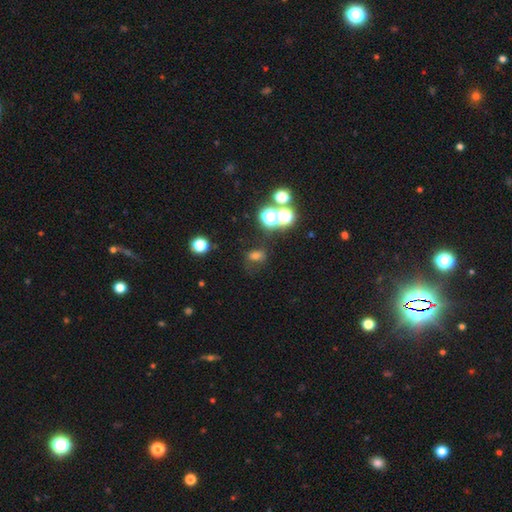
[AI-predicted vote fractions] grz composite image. It shows a smooth galaxy with no disk features (58%) that is in between round and cigar-shaped (59%). Merging: none (60%).